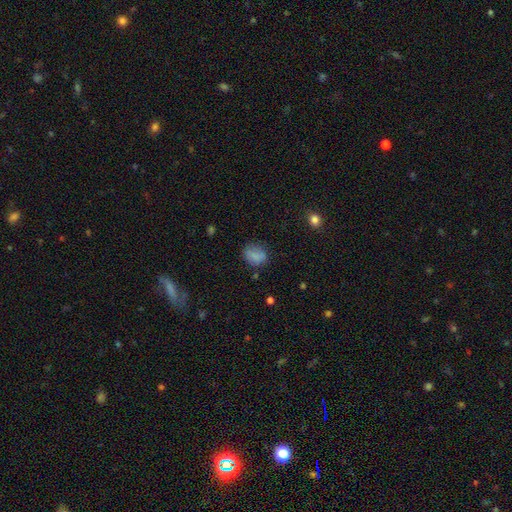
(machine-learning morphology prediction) The model was most divided on "how rounded": in between: 56%, round: 42%, cigar-shaped: 1%. More confident: smooth or featured — smooth (80%); merging — none (69%).